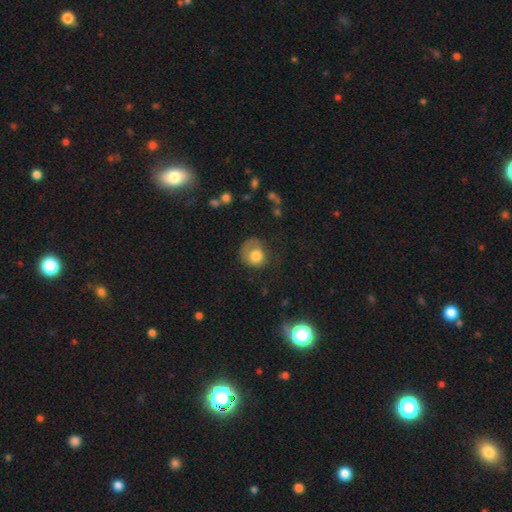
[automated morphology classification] The model was most divided on "merging": none: 42%, major disturbance: 28%, minor disturbance: 27%, merger: 2%. More confident: how rounded — round (77%); smooth or featured — smooth (74%).